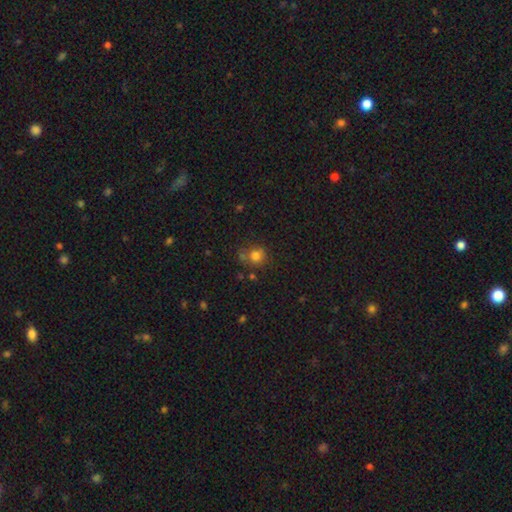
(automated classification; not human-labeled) Smooth or featured?
  - smooth: 77% *
  - star or artifact: 14%
  - featured or disk: 9%
How rounded?
  - round: 85% *
  - in between: 14%
  - cigar-shaped: 1%
Merging?
  - none: 64% *
  - minor disturbance: 17%
  - merger: 13%
  - major disturbance: 6%